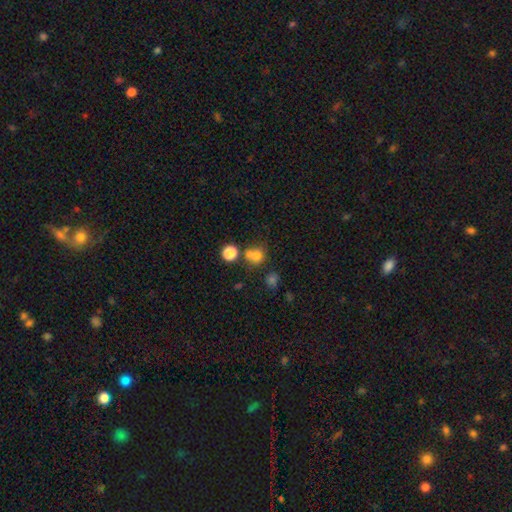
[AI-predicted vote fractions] smooth 72%, star or artifact 17%, featured or disk 11%. Down the decision tree: how rounded — round (82%); merging — none (51%).